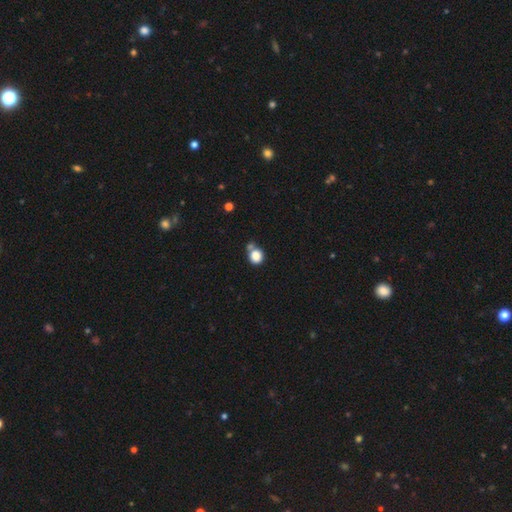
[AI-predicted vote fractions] Q: Smooth or featured?
A: smooth (85%); runner-up: star or artifact (10%)
Q: How rounded?
A: round (79%); runner-up: in between (20%)
Q: Merging?
A: none (51%); runner-up: merger (28%)